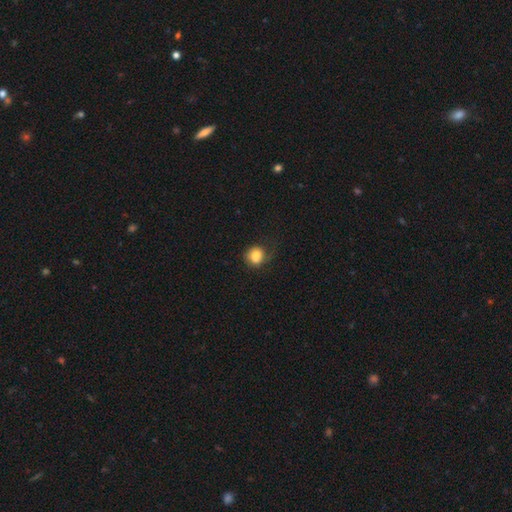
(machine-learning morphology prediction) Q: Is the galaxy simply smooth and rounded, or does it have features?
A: smooth — 77%.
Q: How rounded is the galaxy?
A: round — 68%.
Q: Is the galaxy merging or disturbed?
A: none — 56%.